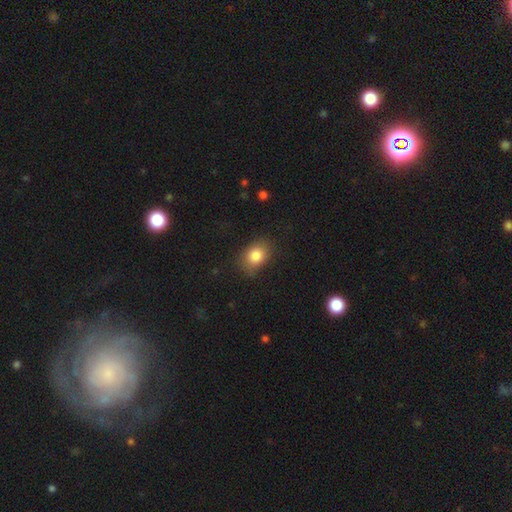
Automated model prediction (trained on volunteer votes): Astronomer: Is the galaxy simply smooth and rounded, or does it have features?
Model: smooth — 83%.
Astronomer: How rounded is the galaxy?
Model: in between — 67%.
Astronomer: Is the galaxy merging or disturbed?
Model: none — 76%.